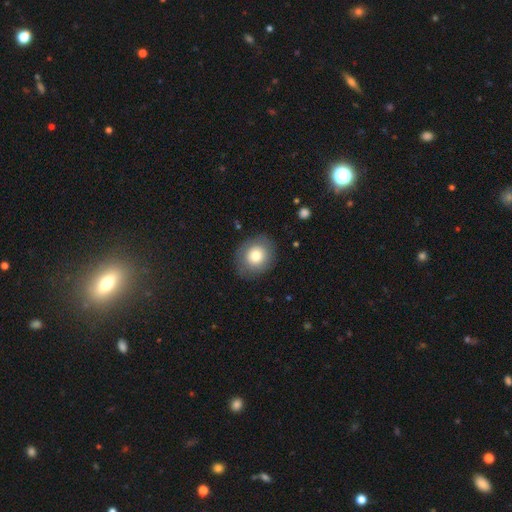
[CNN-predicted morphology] Smooth or featured? smooth (73%)
How rounded? round (75%)
Merging? none (81%)